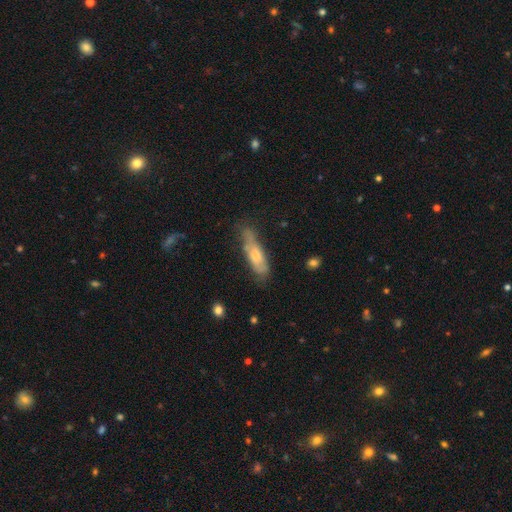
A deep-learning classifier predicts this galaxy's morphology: This is possibly a smooth galaxy (58%). How rounded: possibly cigar-shaped (57%). Merging: possibly none (47%).